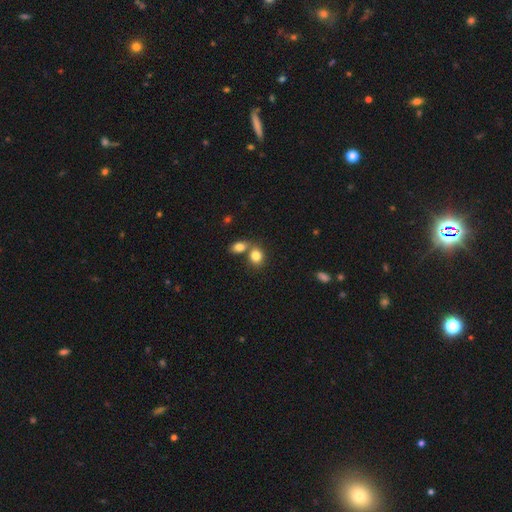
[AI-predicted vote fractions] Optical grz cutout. It shows a smooth galaxy with no disk features (83%) that is round (52%). Merging: merger (45%).